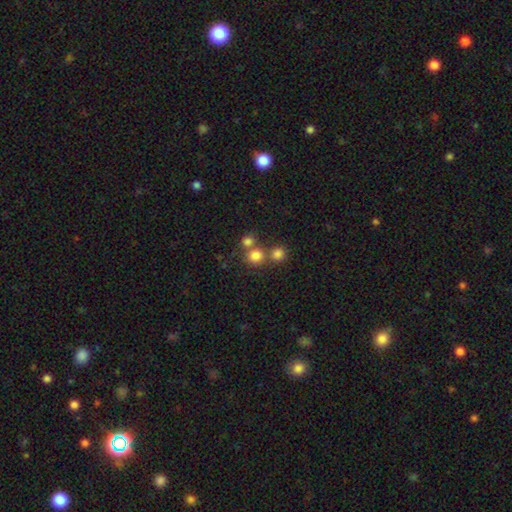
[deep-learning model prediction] A smooth galaxy with no disk features (78%) that is round (86%).

Vote fractions:
- Smooth or featured? smooth: 78% / star or artifact: 14% / featured or disk: 8%
- How rounded? round: 86% / in between: 13% / cigar-shaped: 1%
- Merging? none: 58% / merger: 32% / minor disturbance: 7% / major disturbance: 3%